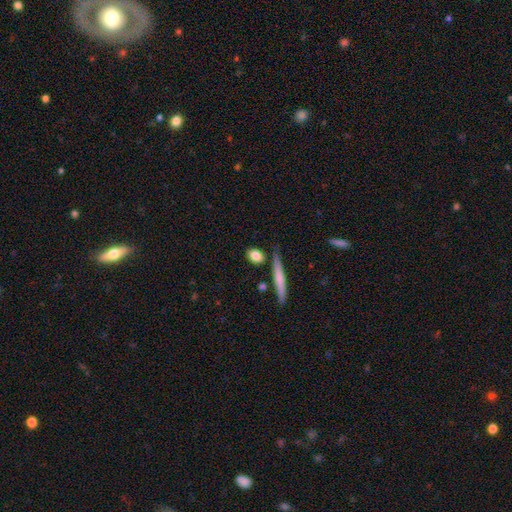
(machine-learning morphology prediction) Q: Smooth or featured?
A: smooth (83%); runner-up: featured or disk (10%)
Q: How rounded?
A: in between (53%); runner-up: round (33%)
Q: Merging?
A: none (76%); runner-up: minor disturbance (14%)